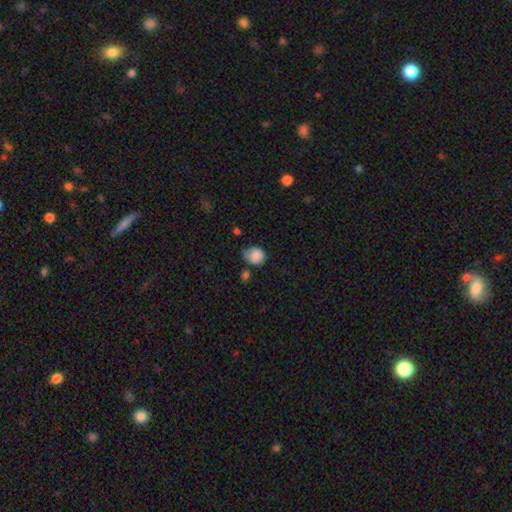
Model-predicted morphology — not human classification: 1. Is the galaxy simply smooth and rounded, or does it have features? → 85% smooth, 9% star or artifact, 6% featured or disk.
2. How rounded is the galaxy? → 59% round, 40% in between, 1% cigar-shaped.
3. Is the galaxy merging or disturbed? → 42% none, 40% minor disturbance, 12% major disturbance, 6% merger.